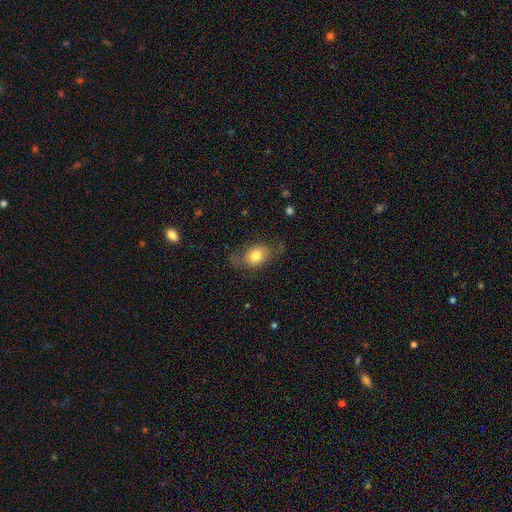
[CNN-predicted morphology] smooth-or-featured: smooth: 72% | featured or disk: 20% | star or artifact: 9%
  how-rounded: in between: 71% | round: 27% | cigar-shaped: 2%
  merging: none: 61% | minor disturbance: 24% | major disturbance: 13% | merger: 2%